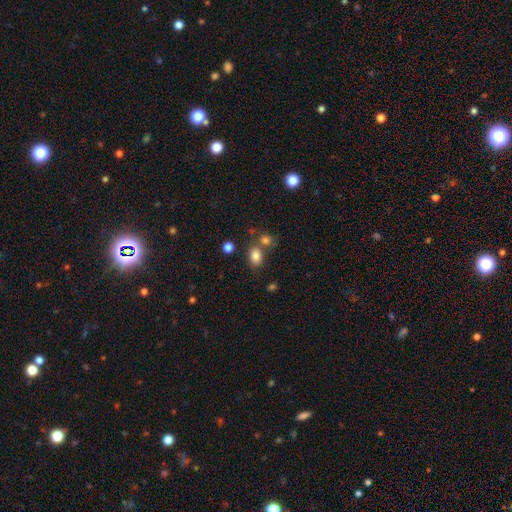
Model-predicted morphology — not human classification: A smooth galaxy with no disk features (82%) that is in between round and cigar-shaped (73%). Merging: none (62%).